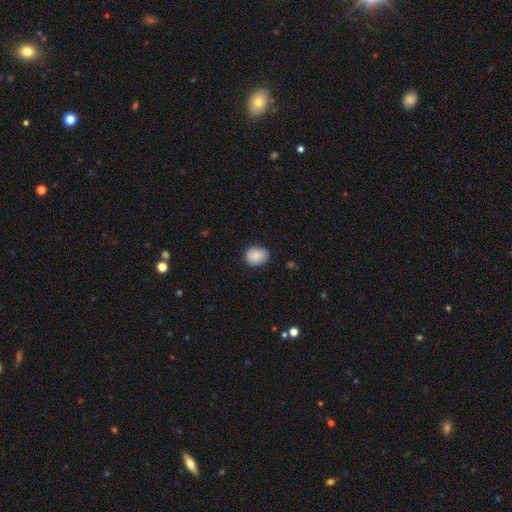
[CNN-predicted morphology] smooth_or_featured: smooth (p=0.86) [alt: star or artifact p=0.07]
how_rounded: round (p=0.56) [alt: in between p=0.44]
merging: none (p=0.81) [alt: minor disturbance p=0.15]